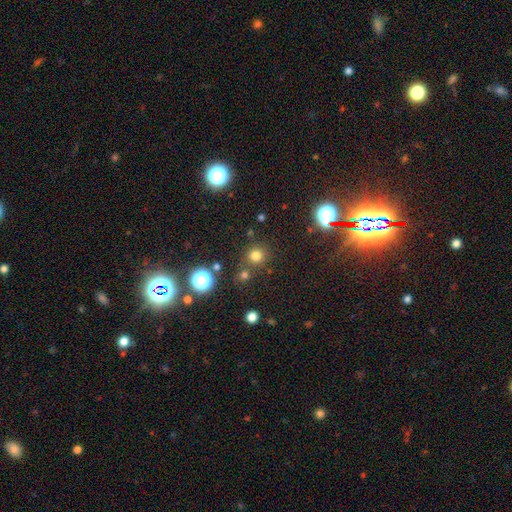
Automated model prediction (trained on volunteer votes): This appears to be a smooth galaxy with no disk features (71%) that is round (92%). Merging: none (78%).